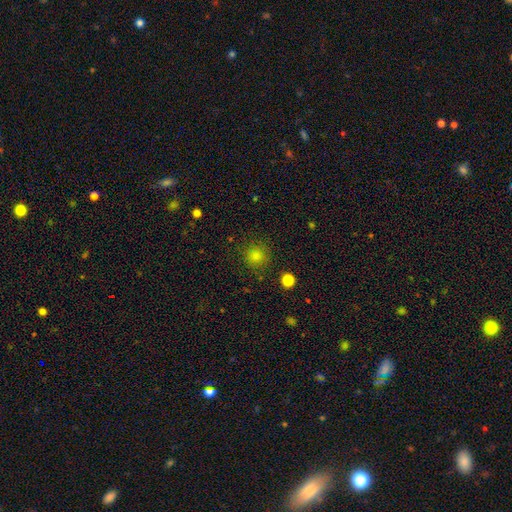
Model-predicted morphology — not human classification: Smooth or featured: smooth — 77% (star or artifact — 18%)
How rounded: round — 93% (in between — 6%)
Merging: none — 88% (minor disturbance — 7%)